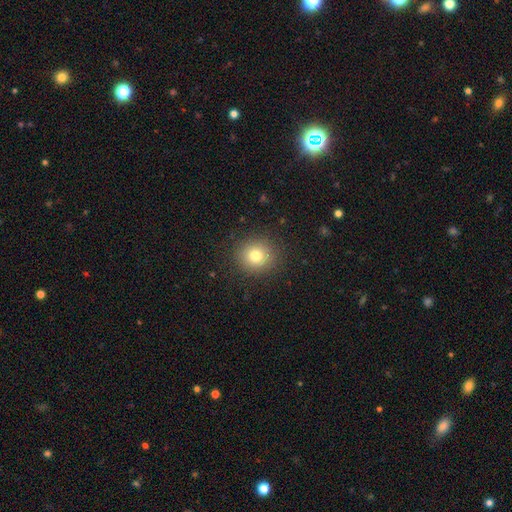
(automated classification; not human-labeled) Overall: smooth (77%). How rounded: round (87%). Merging: none (89%).